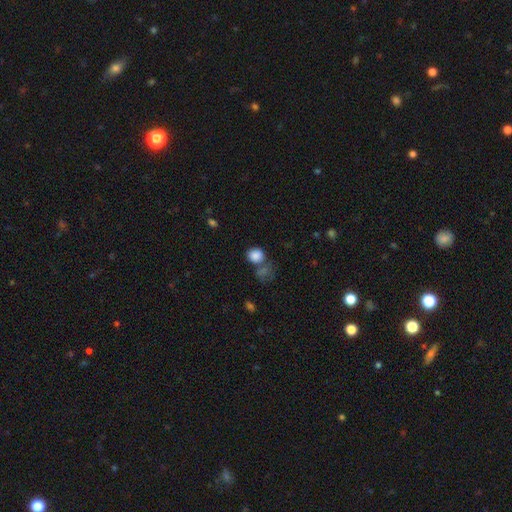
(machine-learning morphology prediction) smooth_or_featured: smooth (p=0.84) [alt: star or artifact p=0.10]
how_rounded: round (p=0.68) [alt: in between p=0.31]
merging: none (p=0.52) [alt: merger p=0.26]